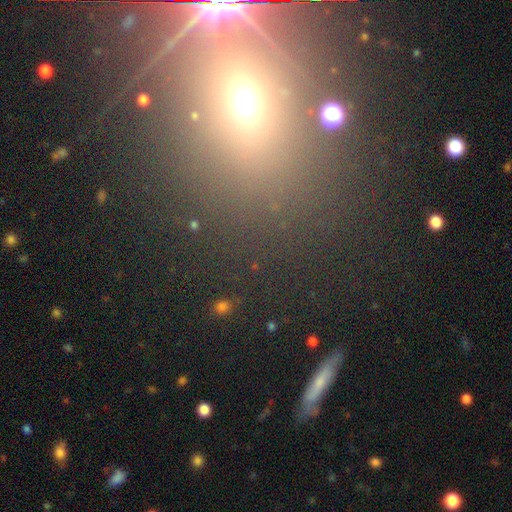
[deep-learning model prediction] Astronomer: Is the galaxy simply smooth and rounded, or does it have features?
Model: star or artifact — 49% (runner-up: smooth, 34%).